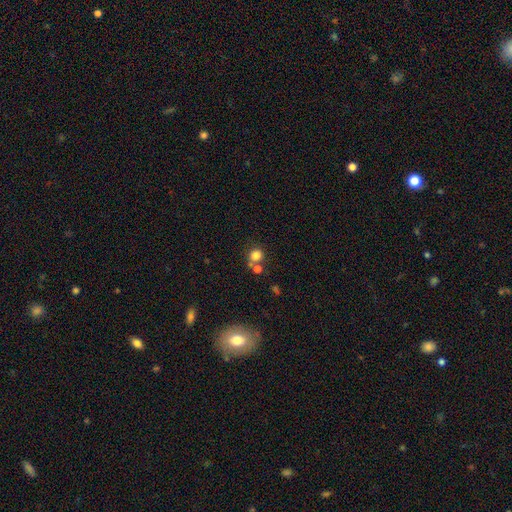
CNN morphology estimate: Q: Smooth or featured?
A: smooth (79%); runner-up: star or artifact (13%)
Q: How rounded?
A: round (83%); runner-up: in between (16%)
Q: Merging?
A: none (58%); runner-up: merger (27%)